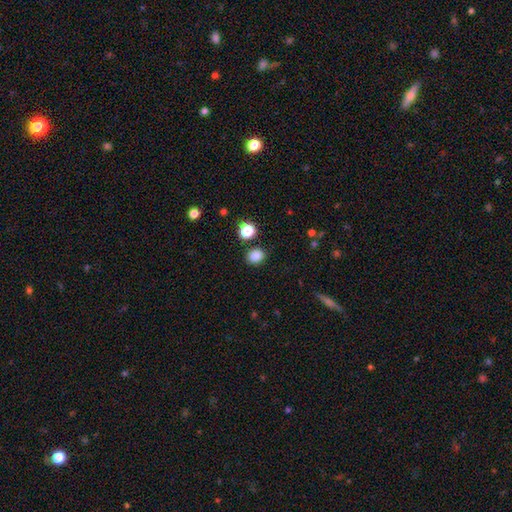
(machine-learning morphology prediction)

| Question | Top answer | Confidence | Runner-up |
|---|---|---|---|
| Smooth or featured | smooth | 83% | star or artifact (13%) |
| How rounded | round | 62% | in between (37%) |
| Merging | none | 85% | minor disturbance (9%) |